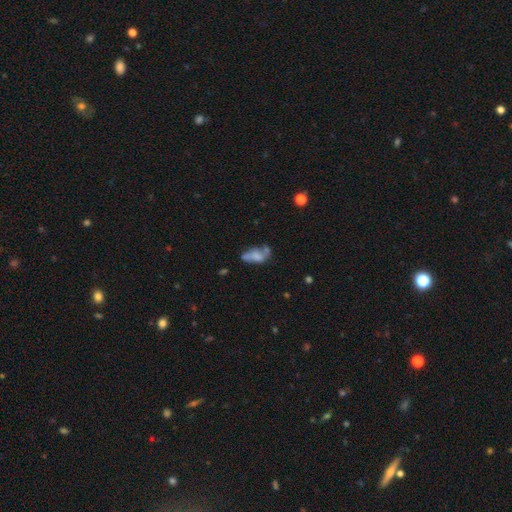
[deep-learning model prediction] smooth_or_featured: smooth (p=0.51) [alt: featured or disk p=0.38]
how_rounded: in between (p=0.84) [alt: cigar-shaped p=0.11]
merging: none (p=0.33) [alt: minor disturbance p=0.24]